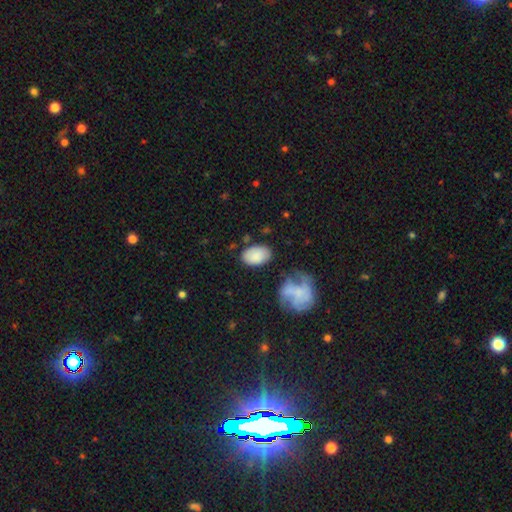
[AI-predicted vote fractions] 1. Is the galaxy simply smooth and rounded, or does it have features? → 84% smooth, 10% featured or disk, 7% star or artifact.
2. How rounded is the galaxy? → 91% in between, 8% round, 1% cigar-shaped.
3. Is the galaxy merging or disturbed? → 73% none, 17% minor disturbance, 5% major disturbance, 5% merger.